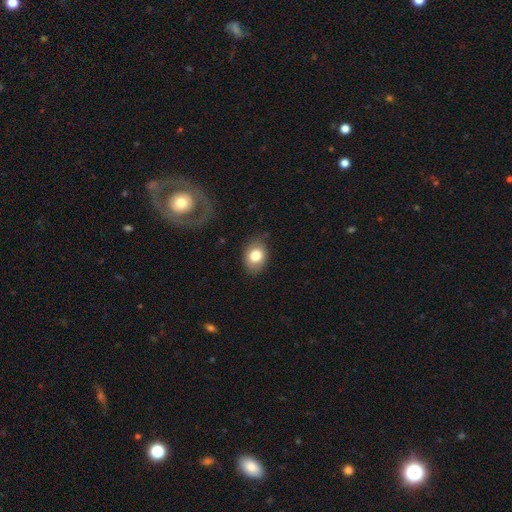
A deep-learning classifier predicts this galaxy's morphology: smooth-or-featured: smooth: 79% | featured or disk: 12% | star or artifact: 8%
  how-rounded: in between: 69% | round: 30% | cigar-shaped: 1%
  merging: none: 80% | minor disturbance: 15% | major disturbance: 4% | merger: 1%